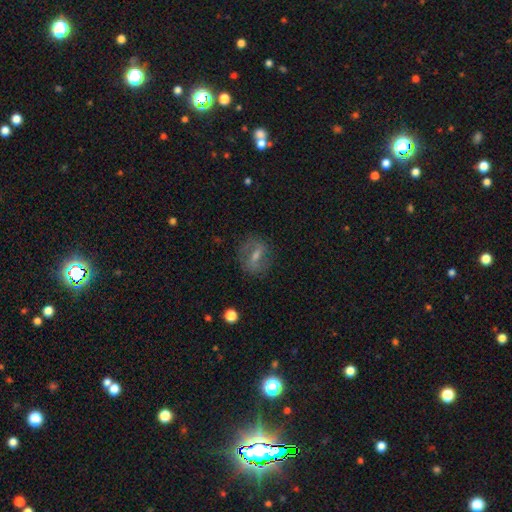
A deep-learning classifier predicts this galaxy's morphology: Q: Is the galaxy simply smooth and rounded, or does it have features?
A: featured or disk — 54%.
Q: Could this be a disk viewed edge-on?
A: no — 87%.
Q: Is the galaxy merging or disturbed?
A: none — 75%.